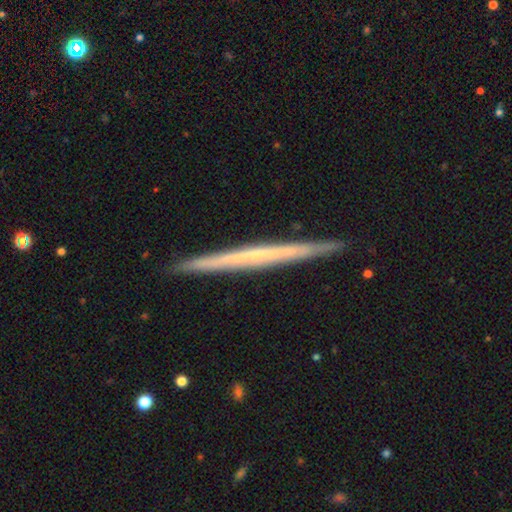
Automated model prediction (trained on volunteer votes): Overall: featured or disk (63%; smooth 31%). Edge-on disk: yes (98%). Edge-on bulge: none (88%). Merging: none (92%).